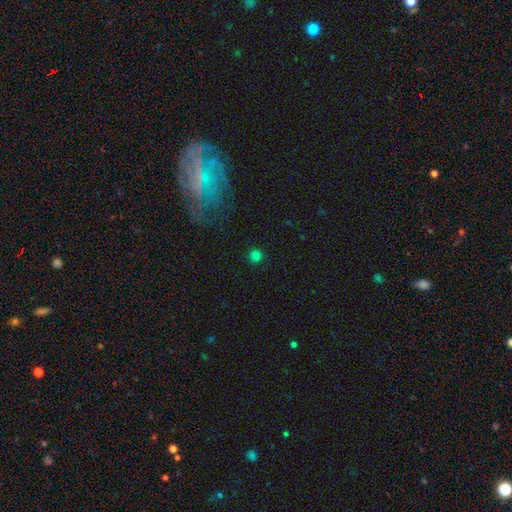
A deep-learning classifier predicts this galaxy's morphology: A smooth galaxy with no disk features (79%) that is round (95%). Merging: none (91%).